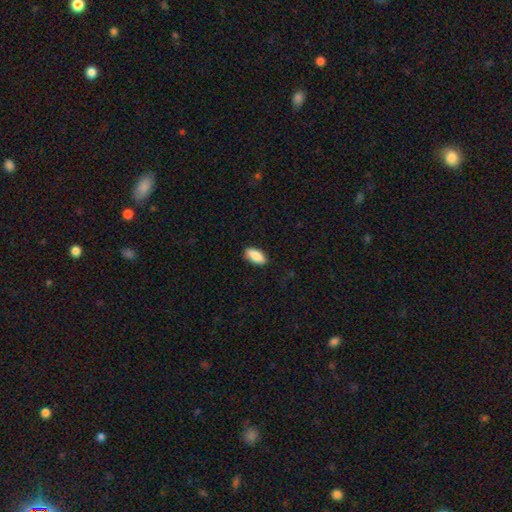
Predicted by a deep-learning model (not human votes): smooth-or-featured: smooth: 87% | featured or disk: 7% | star or artifact: 6%
  how-rounded: in between: 89% | cigar-shaped: 9% | round: 3%
  merging: none: 84% | minor disturbance: 13% | major disturbance: 2% | merger: 1%